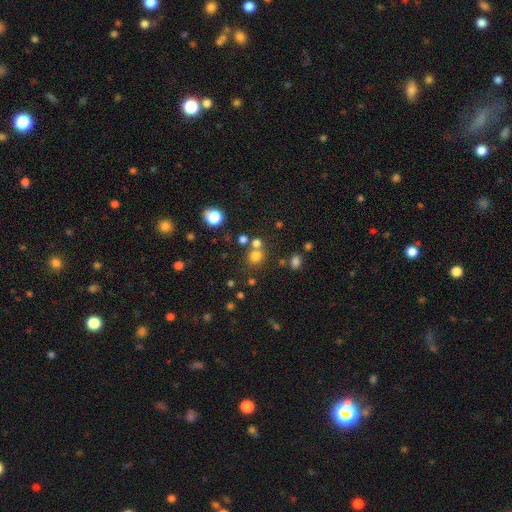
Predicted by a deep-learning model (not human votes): Overall: smooth (73%). How rounded: round (86%). Merging: none (65%).